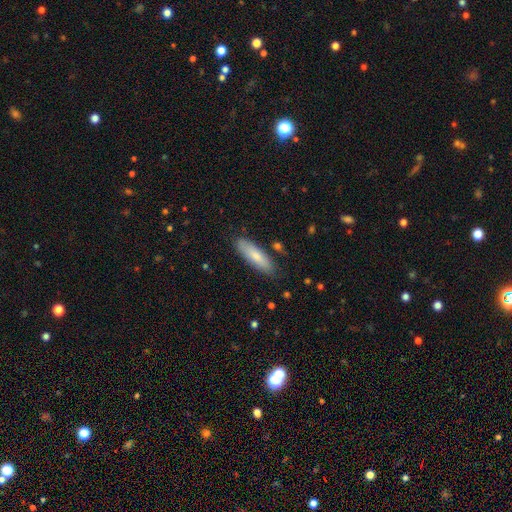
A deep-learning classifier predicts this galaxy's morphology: This is likely a smooth galaxy (76%). How rounded: possibly cigar-shaped (56%). Merging: clearly none (83%).